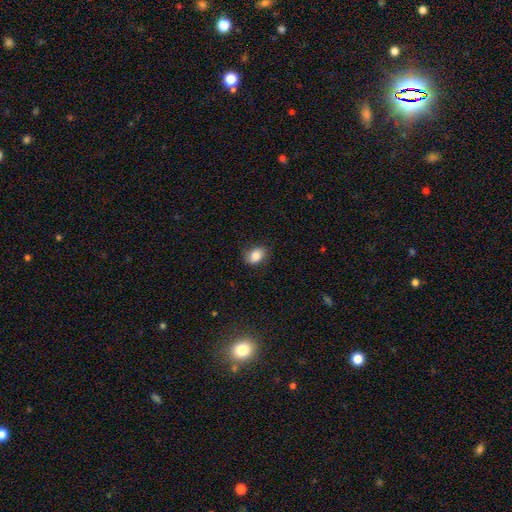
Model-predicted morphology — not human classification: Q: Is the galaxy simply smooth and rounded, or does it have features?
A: smooth — 85%.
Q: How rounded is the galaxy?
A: in between — 70%.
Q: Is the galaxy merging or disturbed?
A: none — 76%.